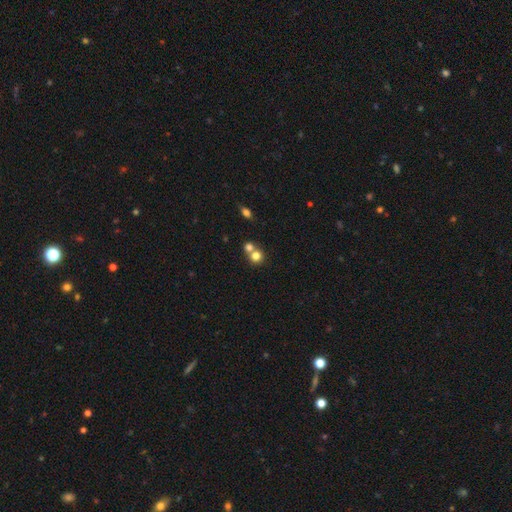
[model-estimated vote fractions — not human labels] This is likely a smooth galaxy (77%). How rounded: clearly round (87%). Merging: possibly none (47%).